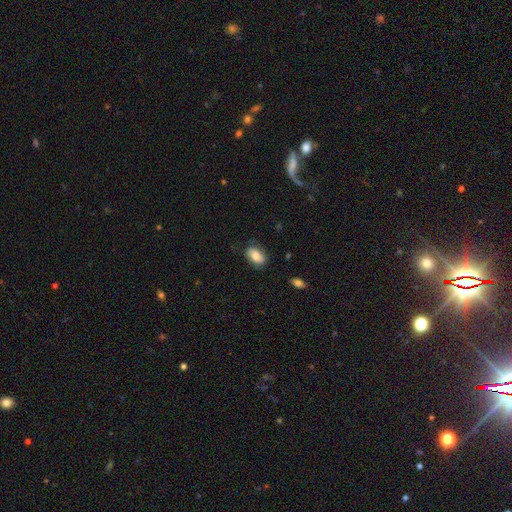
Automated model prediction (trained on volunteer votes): A smooth galaxy with no disk features (73%) that is in between round and cigar-shaped (88%).

Vote fractions:
- Smooth or featured? smooth: 73% / featured or disk: 19% / star or artifact: 7%
- How rounded? in between: 88% / round: 10% / cigar-shaped: 2%
- Merging? none: 74% / minor disturbance: 20% / major disturbance: 5% / merger: 1%